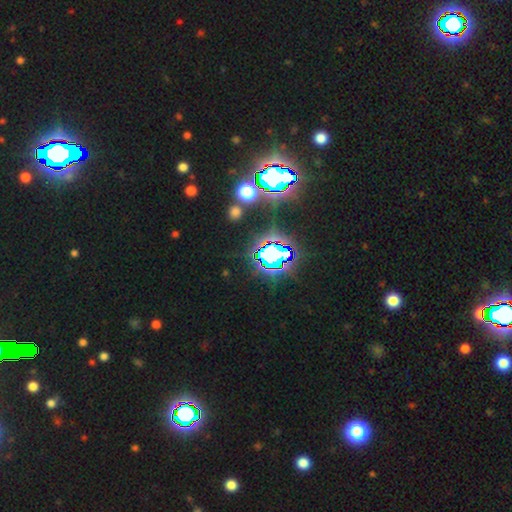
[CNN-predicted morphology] Smooth or featured? Predicted: star or artifact (p=0.72).